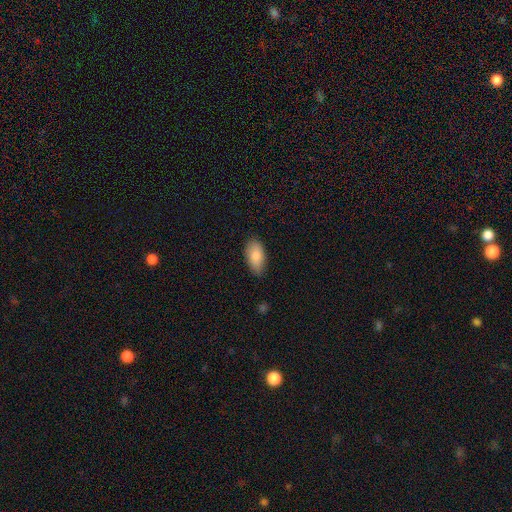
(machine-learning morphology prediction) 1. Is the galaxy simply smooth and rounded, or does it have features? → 86% smooth, 8% featured or disk, 6% star or artifact.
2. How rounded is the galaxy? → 92% in between, 5% cigar-shaped, 3% round.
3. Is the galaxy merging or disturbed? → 77% none, 19% minor disturbance, 3% major disturbance, 1% merger.